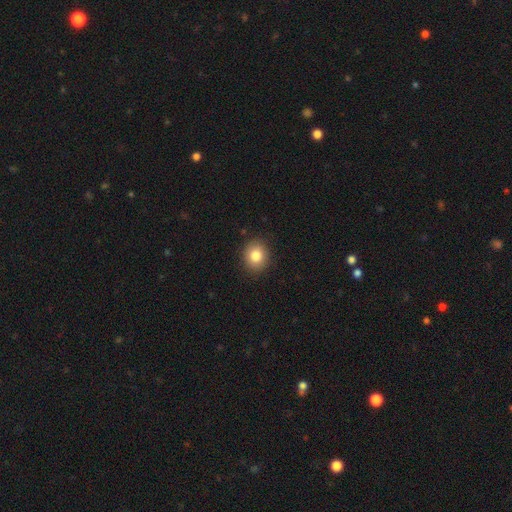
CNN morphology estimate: The model was most divided on "how rounded": round: 70%, in between: 29%, cigar-shaped: 1%. More confident: merging — none (89%); smooth or featured — smooth (83%).